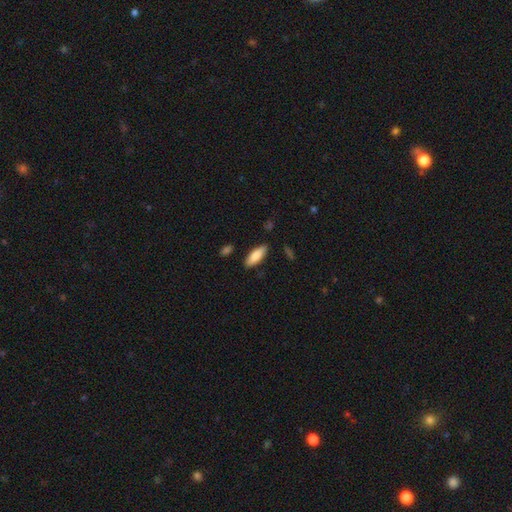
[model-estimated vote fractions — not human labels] Morphology: type=smooth (84%); roundness=in between (65%); merging=none (86%).